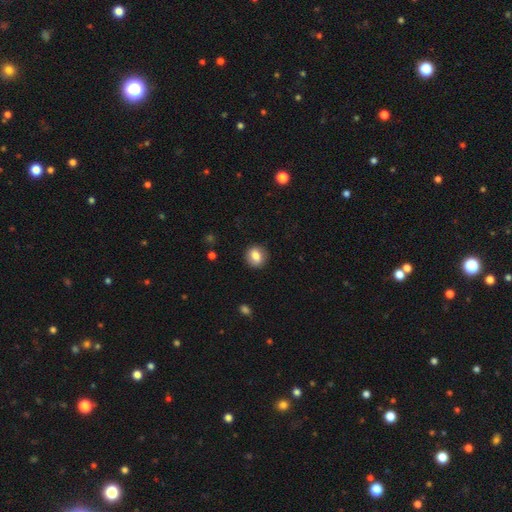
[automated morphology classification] Smooth or featured? Predicted: smooth (p=0.80). How rounded? Predicted: round (p=0.78). Merging? Predicted: none (p=0.89).